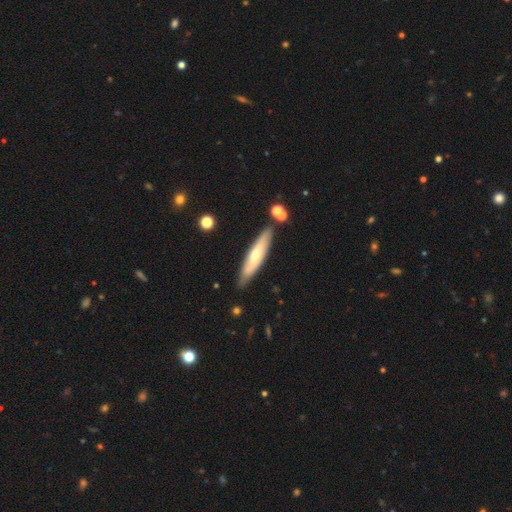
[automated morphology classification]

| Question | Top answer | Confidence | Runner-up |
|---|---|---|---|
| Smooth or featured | smooth | 48% | featured or disk (47%) |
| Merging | none | 83% | minor disturbance (12%) |